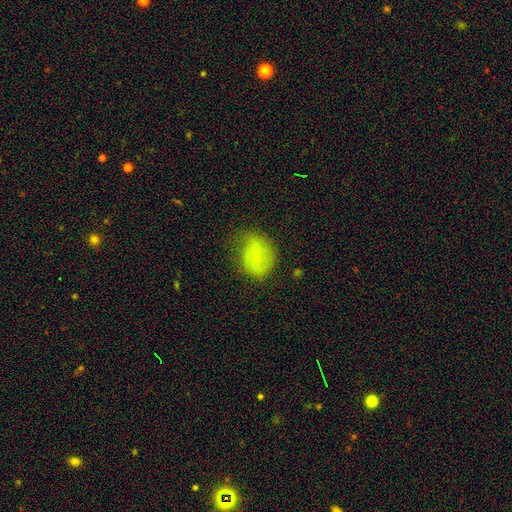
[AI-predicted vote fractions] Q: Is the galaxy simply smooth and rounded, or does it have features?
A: smooth — 65%.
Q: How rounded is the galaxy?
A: in between — 65%.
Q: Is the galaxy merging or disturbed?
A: none — 60%.